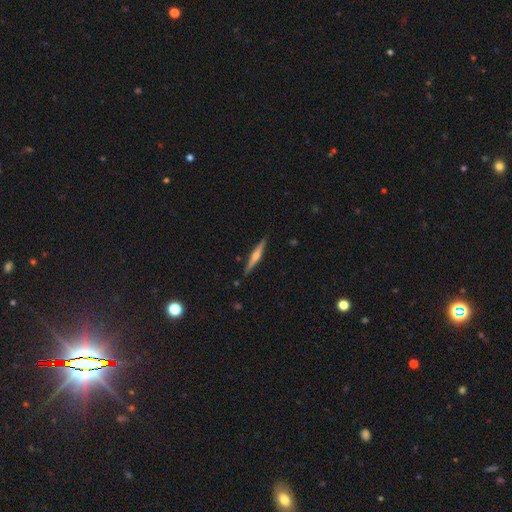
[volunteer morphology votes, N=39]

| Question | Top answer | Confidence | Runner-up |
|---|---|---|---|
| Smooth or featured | featured or disk | 74% | smooth (23%) |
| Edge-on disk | yes | 100% | — |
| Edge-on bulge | rounded | 83% | boxy (10%) |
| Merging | none | 100% | — |